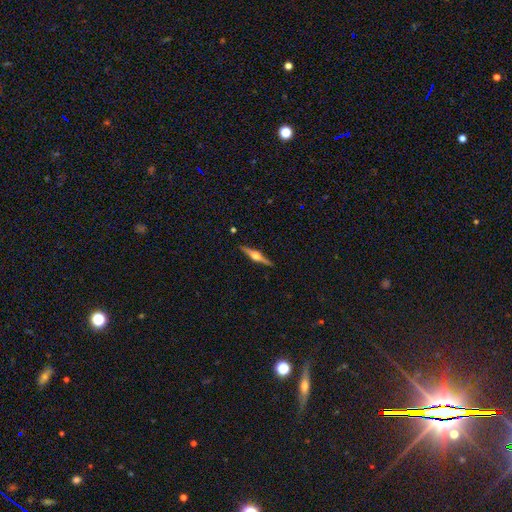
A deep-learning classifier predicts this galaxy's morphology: This appears to be a featured or disk galaxy (79%) viewed edge-on (98%) with a rounded central bulge (94%). Merging: none (91%).